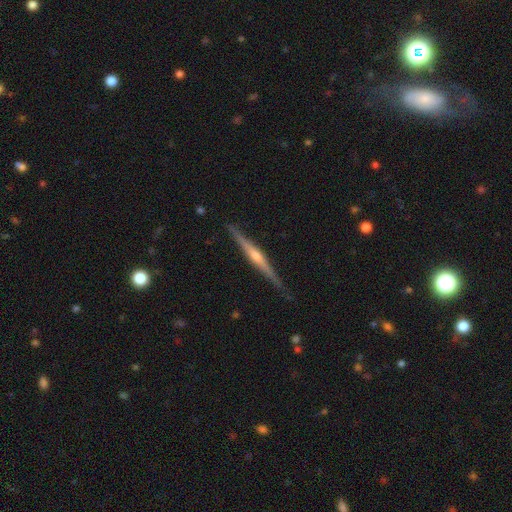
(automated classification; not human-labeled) The model was most divided on "smooth or featured": featured or disk: 83%, smooth: 12%, star or artifact: 5%. More confident: edge-on disk — yes (98%); merging — none (88%); edge-on bulge — rounded (83%).